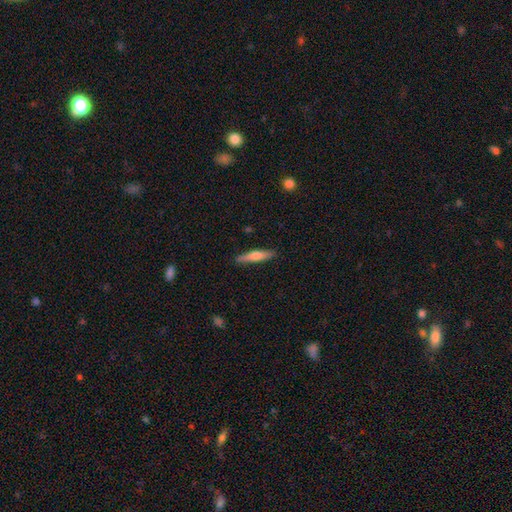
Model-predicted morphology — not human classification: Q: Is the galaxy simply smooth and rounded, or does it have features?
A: smooth — 57%.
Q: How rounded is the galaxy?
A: cigar-shaped — 85%.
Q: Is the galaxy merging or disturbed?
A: none — 89%.